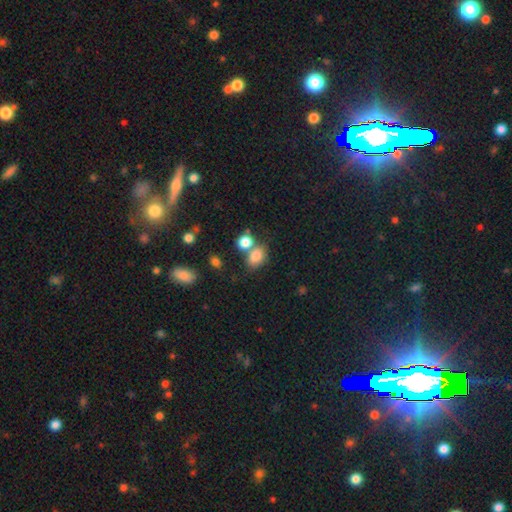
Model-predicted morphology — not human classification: smooth_or_featured: smooth (p=0.80) [alt: star or artifact p=0.12]
how_rounded: in between (p=0.72) [alt: round p=0.27]
merging: none (p=0.45) [alt: merger p=0.36]